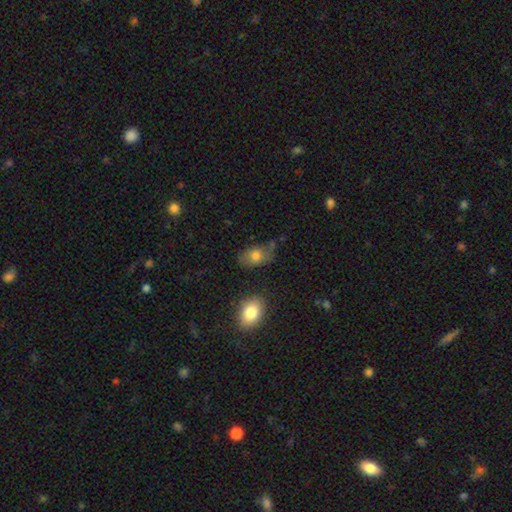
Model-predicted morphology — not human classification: Smooth or featured?
  - smooth: 76% *
  - featured or disk: 16%
  - star or artifact: 9%
How rounded?
  - in between: 83% *
  - round: 16%
  - cigar-shaped: 2%
Merging?
  - none: 63% *
  - minor disturbance: 24%
  - major disturbance: 7%
  - merger: 6%